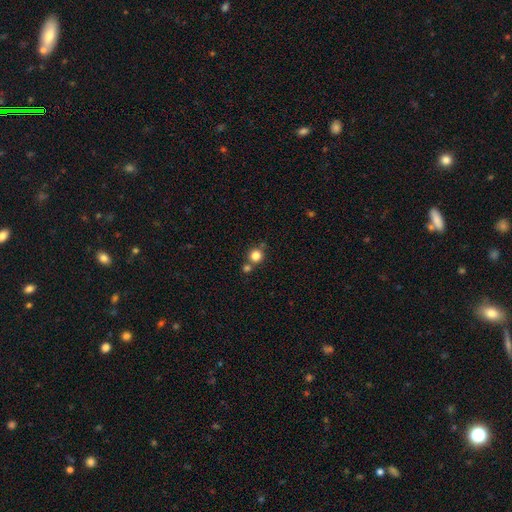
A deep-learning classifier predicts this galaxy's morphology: Smooth or featured? Predicted: smooth (p=0.82). How rounded? Predicted: round (p=0.92). Merging? Predicted: none (p=0.67).